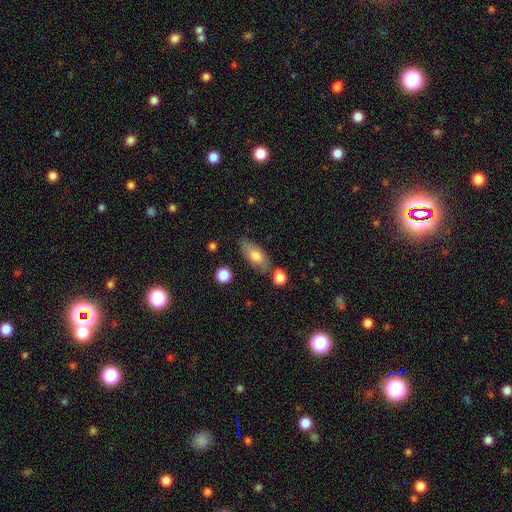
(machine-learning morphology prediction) The model was most divided on "merging": none: 68%, minor disturbance: 17%, merger: 10%, major disturbance: 4%. More confident: how rounded — in between (84%); smooth or featured — smooth (73%).